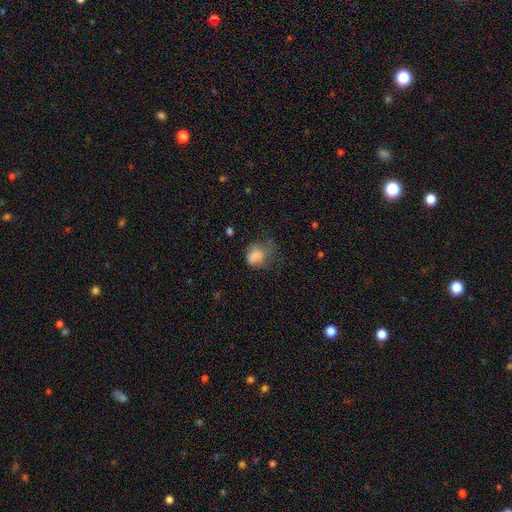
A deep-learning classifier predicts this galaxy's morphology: The model was most divided on "merging": major disturbance: 35%, minor disturbance: 32%, none: 31%, merger: 2%. More confident: smooth or featured — smooth (79%); how rounded — in between (54%).